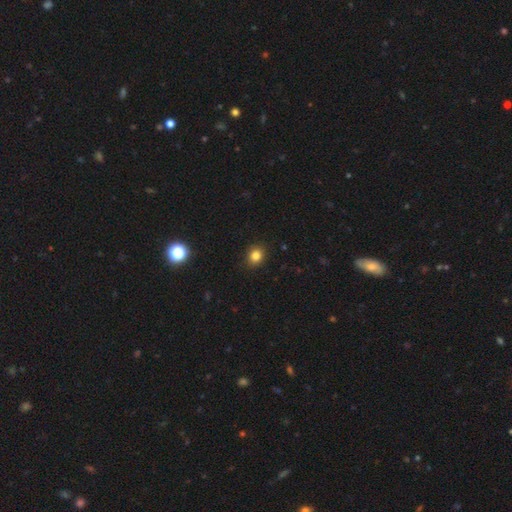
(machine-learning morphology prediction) smooth_or_featured: smooth (p=0.82) [alt: star or artifact p=0.13]
how_rounded: round (p=0.72) [alt: in between p=0.27]
merging: none (p=0.90) [alt: minor disturbance p=0.07]